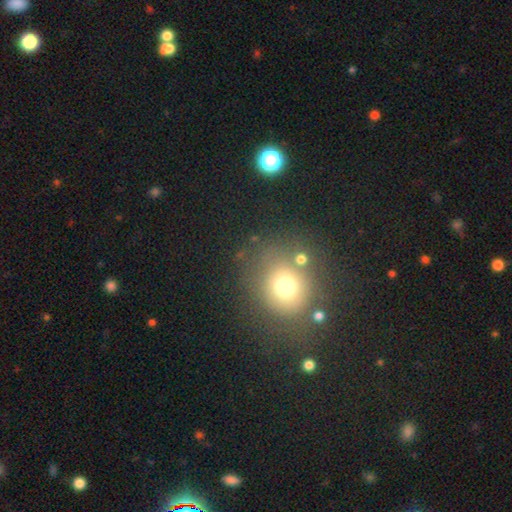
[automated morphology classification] smooth-or-featured: smooth: 57% | star or artifact: 32% | featured or disk: 10%
  how-rounded: round: 79% | in between: 20% | cigar-shaped: 1%
  merging: none: 80% | minor disturbance: 10% | merger: 5% | major disturbance: 5%